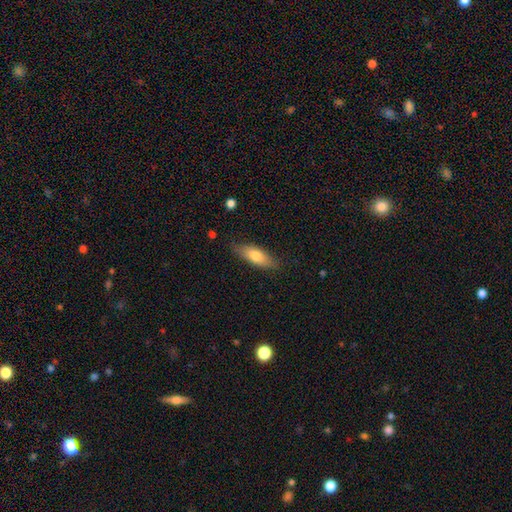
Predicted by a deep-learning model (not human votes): smooth 75%, featured or disk 19%, star or artifact 6%. Down the decision tree: how rounded — in between (67%); merging — none (82%).